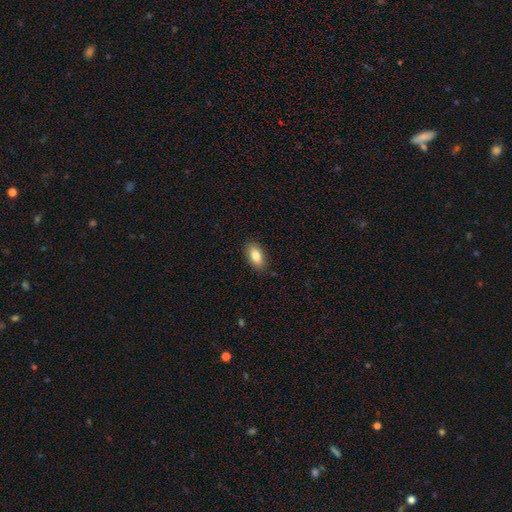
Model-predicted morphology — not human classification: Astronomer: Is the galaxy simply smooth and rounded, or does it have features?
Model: smooth — 82%.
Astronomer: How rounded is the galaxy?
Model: in between — 91%.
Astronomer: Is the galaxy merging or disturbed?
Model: none — 87%.